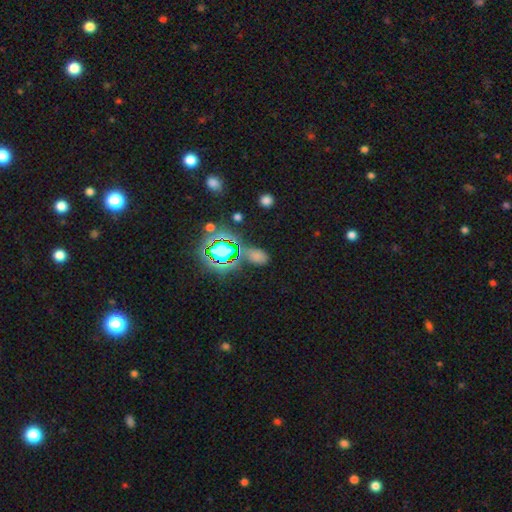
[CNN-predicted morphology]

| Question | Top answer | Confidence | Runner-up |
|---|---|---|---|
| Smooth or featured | smooth | 55% | star or artifact (36%) |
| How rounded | in between | 77% | round (18%) |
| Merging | none | 62% | minor disturbance (20%) |